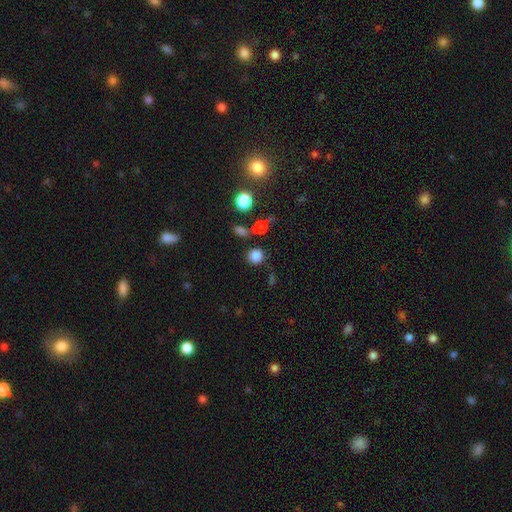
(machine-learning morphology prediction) A smooth galaxy with no disk features (82%) that is round (89%).

Vote fractions:
- Smooth or featured? smooth: 82% / star or artifact: 14% / featured or disk: 5%
- How rounded? round: 89% / in between: 10% / cigar-shaped: 1%
- Merging? none: 75% / minor disturbance: 11% / merger: 9% / major disturbance: 5%